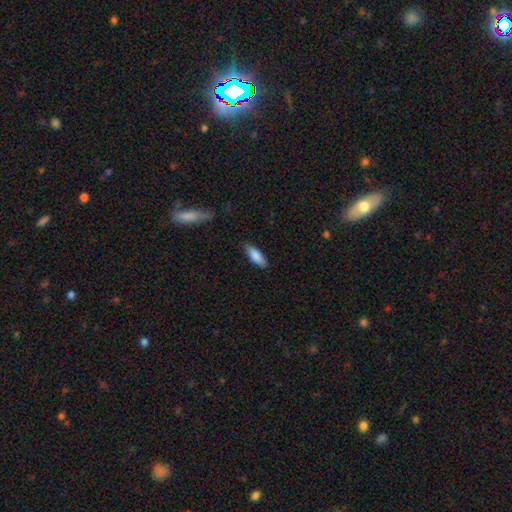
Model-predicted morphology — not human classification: Overall: smooth (84%). How rounded: in between (58%; cigar-shaped 40%). Merging: none (83%).